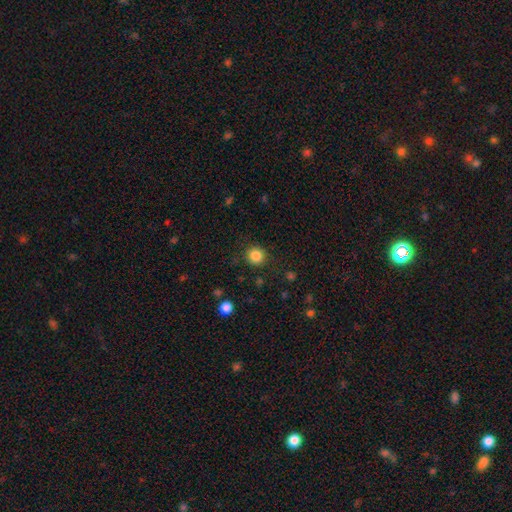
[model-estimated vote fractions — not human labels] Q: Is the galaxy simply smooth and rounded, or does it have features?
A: smooth — 85%.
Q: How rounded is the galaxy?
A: round — 92%.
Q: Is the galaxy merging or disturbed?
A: none — 88%.